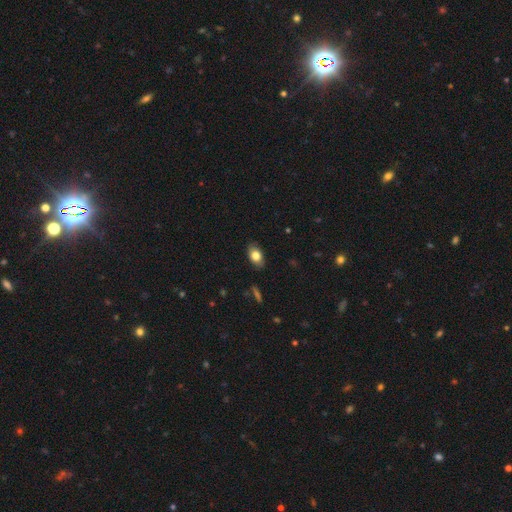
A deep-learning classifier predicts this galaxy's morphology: Smooth or featured? Predicted: smooth (p=0.79). How rounded? Predicted: in between (p=0.86). Merging? Predicted: none (p=0.83).